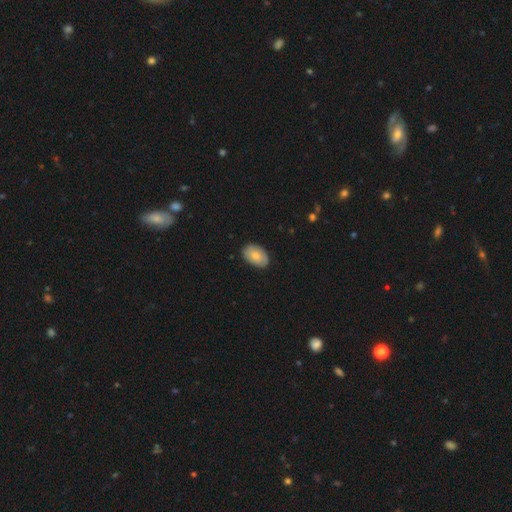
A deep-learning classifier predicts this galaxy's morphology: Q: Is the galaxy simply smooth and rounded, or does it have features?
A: smooth — 80%.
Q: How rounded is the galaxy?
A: in between — 89%.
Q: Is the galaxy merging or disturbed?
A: none — 85%.